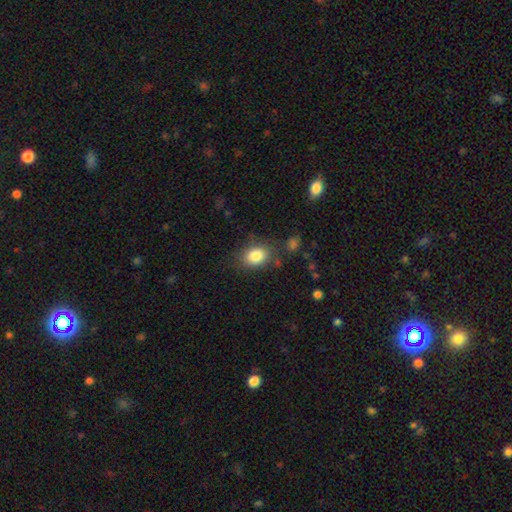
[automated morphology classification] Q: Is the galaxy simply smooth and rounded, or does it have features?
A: smooth — 84%.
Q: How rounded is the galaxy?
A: in between — 64%.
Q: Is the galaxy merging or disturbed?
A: none — 76%.